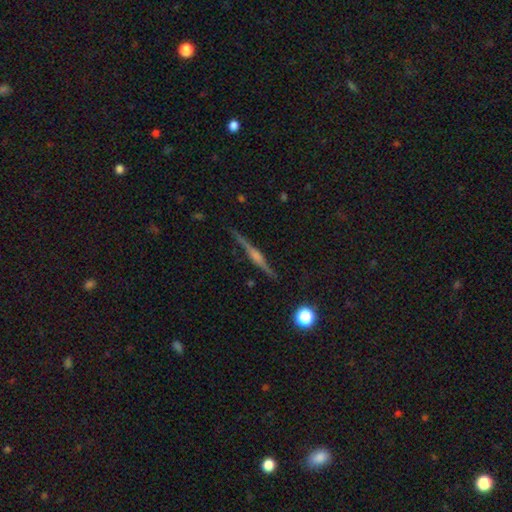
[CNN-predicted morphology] Q: Smooth or featured?
A: featured or disk (80%); runner-up: smooth (12%)
Q: Edge-on disk?
A: yes (98%); runner-up: no (2%)
Q: Edge-on bulge?
A: rounded (75%); runner-up: boxy (15%)
Q: Merging?
A: none (89%); runner-up: minor disturbance (8%)